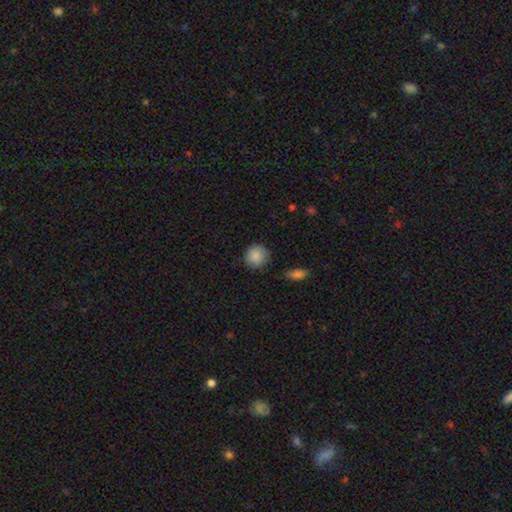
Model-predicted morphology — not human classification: Overall: smooth (87%). How rounded: round (90%). Merging: none (82%).